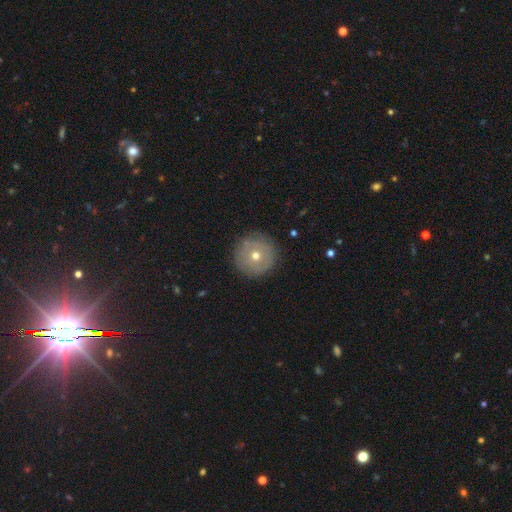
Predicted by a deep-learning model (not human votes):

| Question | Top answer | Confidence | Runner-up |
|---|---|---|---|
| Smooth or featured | smooth | 57% | featured or disk (33%) |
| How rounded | round | 96% | in between (3%) |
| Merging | none | 88% | minor disturbance (9%) |